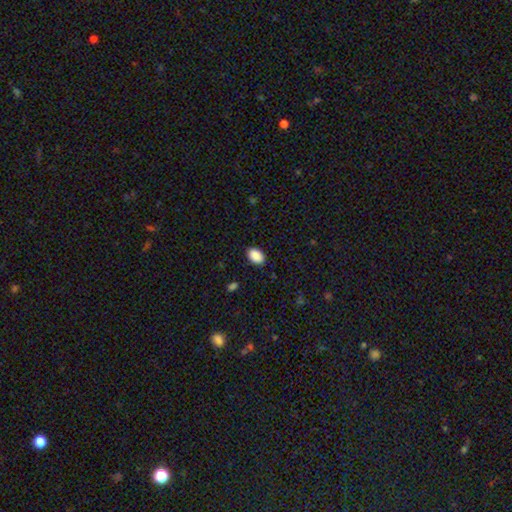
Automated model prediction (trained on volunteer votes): Overall: smooth (90%). How rounded: in between (88%). Merging: none (88%).